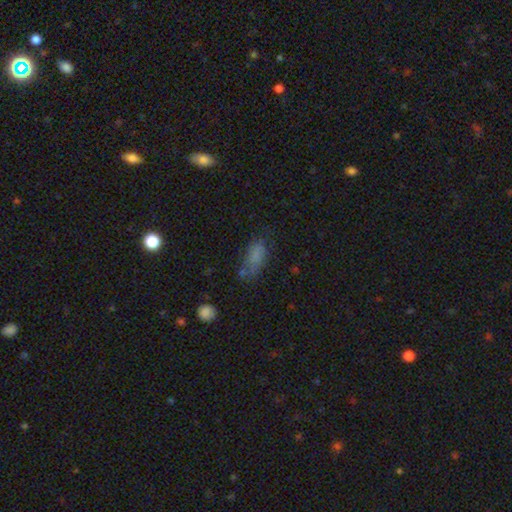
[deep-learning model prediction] smooth_or_featured: smooth (p=0.75) [alt: star or artifact p=0.14]
how_rounded: in between (p=0.84) [alt: cigar-shaped p=0.12]
merging: none (p=0.53) [alt: minor disturbance p=0.26]